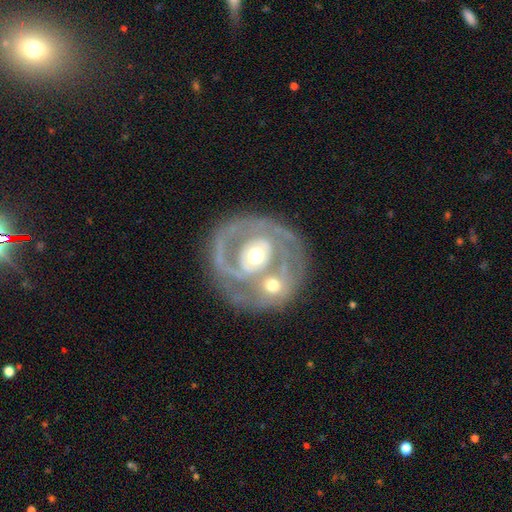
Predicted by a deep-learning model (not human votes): smooth-or-featured: featured or disk: 80% | smooth: 15% | star or artifact: 5%
  disk-edge-on: no: 97% | yes: 3%
    bar: no: 73% | weak: 18% | strong: 9%
    has-spiral-arms: yes: 59% | no: 41%
    bulge-size: moderate: 73% | large: 15% | small: 9% | dominant: 2% | none: 2%
  merging: merger: 42% | none: 33% | minor disturbance: 13% | major disturbance: 12%